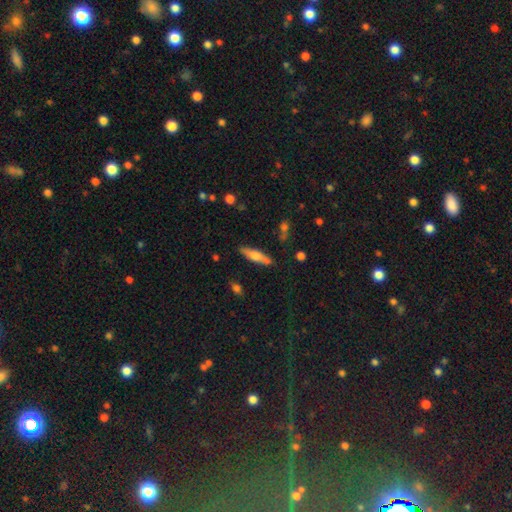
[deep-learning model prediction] Q: Smooth or featured?
A: smooth (57%); runner-up: featured or disk (37%)
Q: How rounded?
A: cigar-shaped (67%); runner-up: in between (31%)
Q: Merging?
A: none (82%); runner-up: minor disturbance (12%)